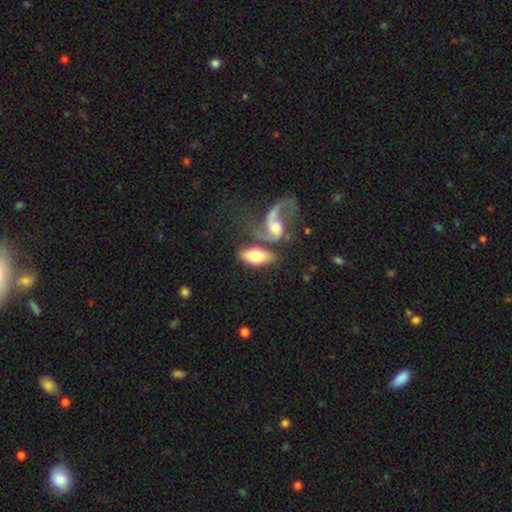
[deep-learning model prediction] Smooth or featured? smooth (63%)
How rounded? in between (90%)
Merging? merger (43%)